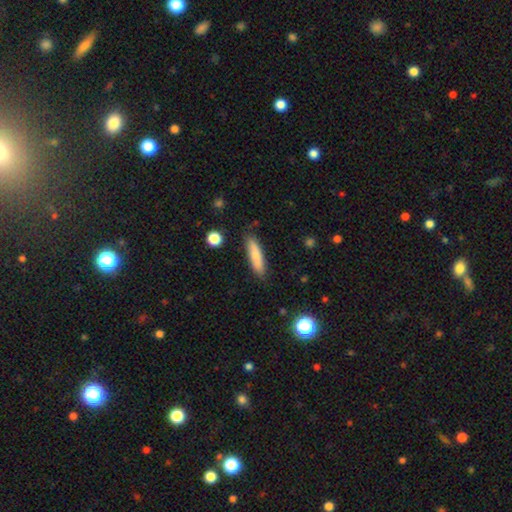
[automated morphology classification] Q: Smooth or featured?
A: smooth (79%); runner-up: featured or disk (14%)
Q: How rounded?
A: cigar-shaped (72%); runner-up: in between (26%)
Q: Merging?
A: none (83%); runner-up: minor disturbance (12%)